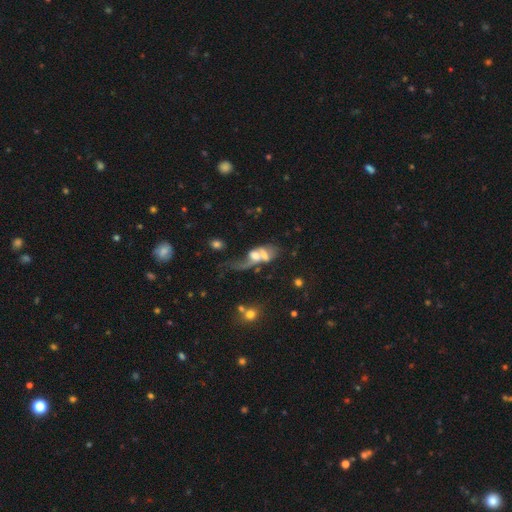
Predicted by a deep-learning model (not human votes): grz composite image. It shows a featured or disk galaxy (49%). Merging: merger (58%).